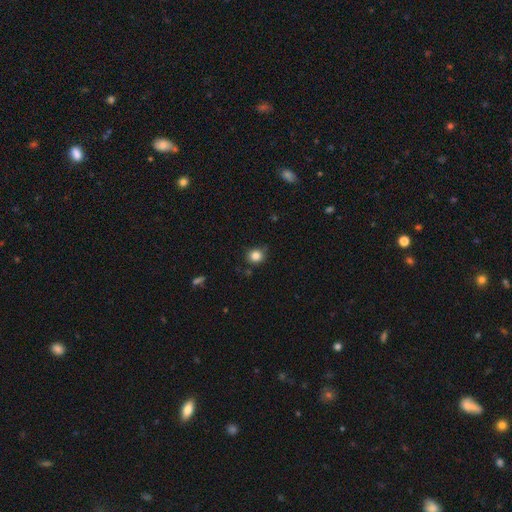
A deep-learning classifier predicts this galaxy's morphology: The model was most divided on "merging": none: 79%, minor disturbance: 15%, major disturbance: 3%, merger: 2%. More confident: how rounded — round (84%); smooth or featured — smooth (83%).